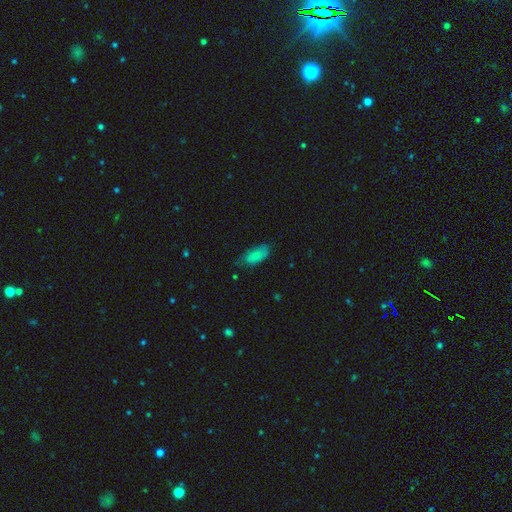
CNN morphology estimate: Overall: smooth (78%). How rounded: in between (88%). Merging: none (56%; minor disturbance 33%).